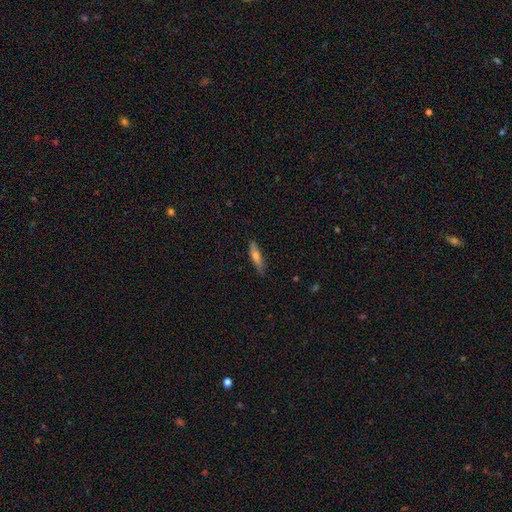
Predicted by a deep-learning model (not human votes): Smooth or featured? smooth (57%)
How rounded? cigar-shaped (79%)
Merging? none (83%)